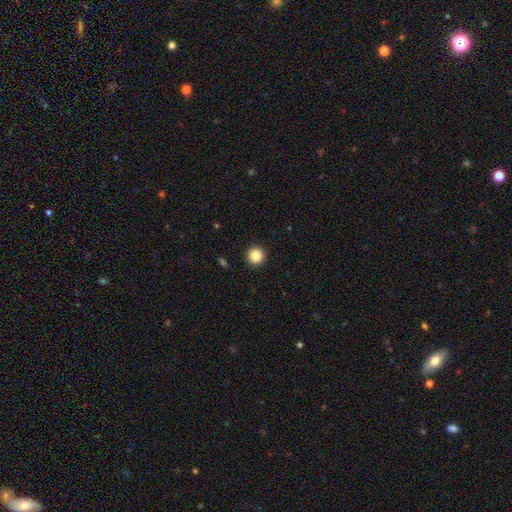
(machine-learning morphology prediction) smooth-or-featured: smooth: 86% | star or artifact: 10% | featured or disk: 4%
  how-rounded: round: 95% | in between: 4% | cigar-shaped: 1%
  merging: none: 93% | minor disturbance: 4% | major disturbance: 2% | merger: 1%